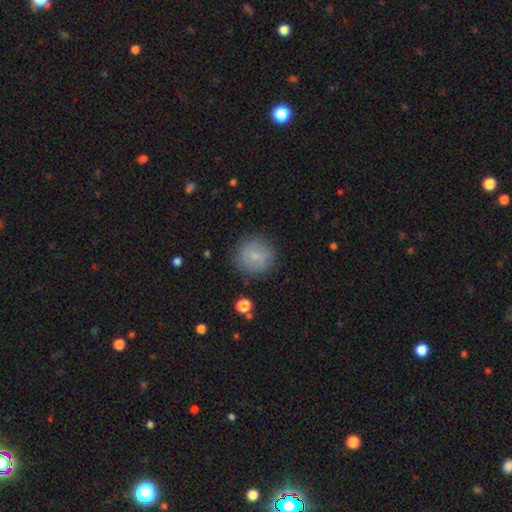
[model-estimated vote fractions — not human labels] smooth_or_featured: smooth (p=0.74) [alt: featured or disk p=0.17]
how_rounded: round (p=0.91) [alt: in between p=0.08]
merging: none (p=0.84) [alt: minor disturbance p=0.11]